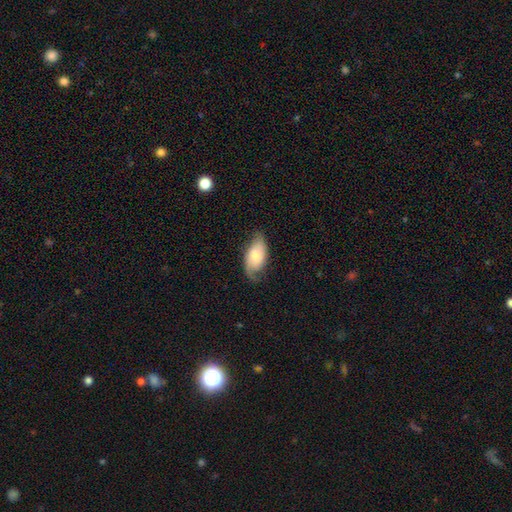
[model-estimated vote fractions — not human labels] The model was most divided on "smooth or featured": smooth: 47%, featured or disk: 46%, star or artifact: 7%. More confident: merging — none (64%).